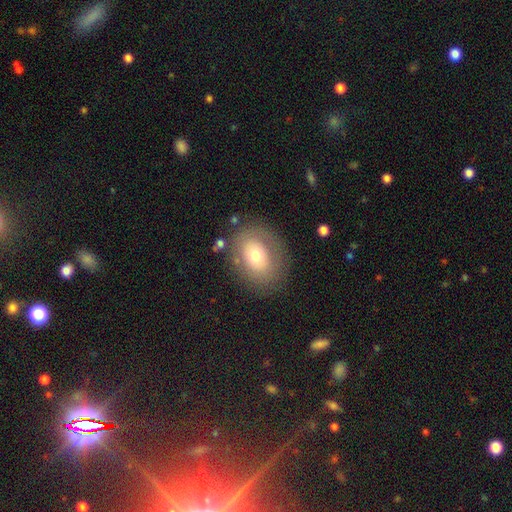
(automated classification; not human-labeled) A smooth galaxy with no disk features (63%) that is in between round and cigar-shaped (57%).

Vote fractions:
- Smooth or featured? smooth: 63% / featured or disk: 28% / star or artifact: 9%
- How rounded? in between: 57% / round: 42% / cigar-shaped: 1%
- Merging? none: 77% / minor disturbance: 14% / major disturbance: 7% / merger: 3%